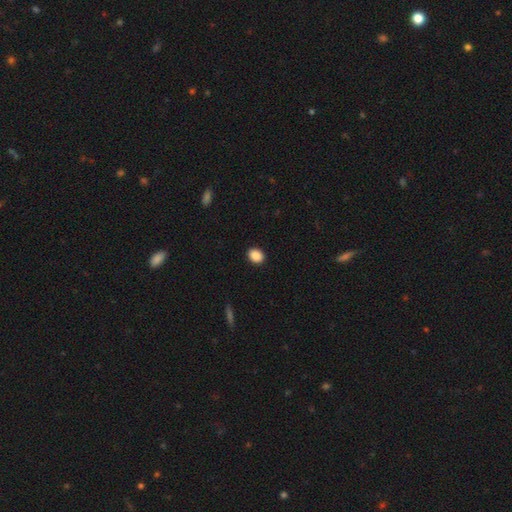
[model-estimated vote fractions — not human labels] smooth_or_featured: smooth (p=0.88) [alt: star or artifact p=0.08]
how_rounded: in between (p=0.53) [alt: round p=0.46]
merging: none (p=0.91) [alt: minor disturbance p=0.06]